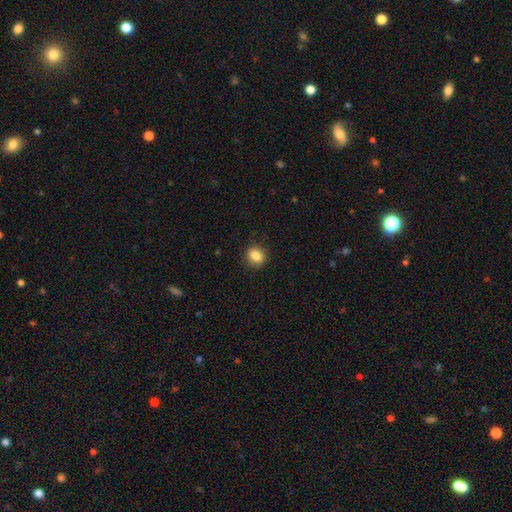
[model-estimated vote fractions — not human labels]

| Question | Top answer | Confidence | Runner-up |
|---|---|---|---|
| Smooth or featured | smooth | 85% | star or artifact (10%) |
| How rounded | round | 78% | in between (21%) |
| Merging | none | 89% | minor disturbance (8%) |